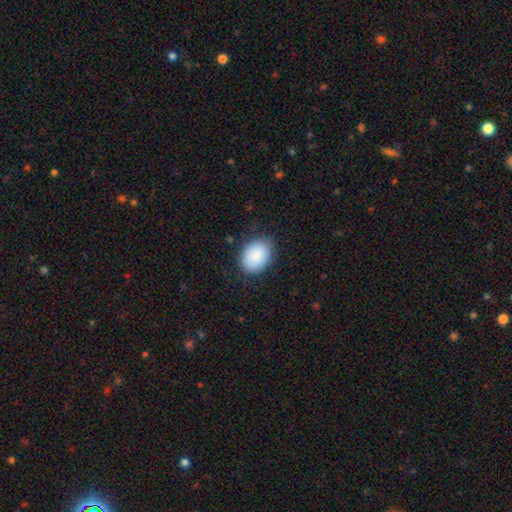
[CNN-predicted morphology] smooth 86%, featured or disk 7%, star or artifact 7%. Down the decision tree: how rounded — in between (72%); merging — none (78%).